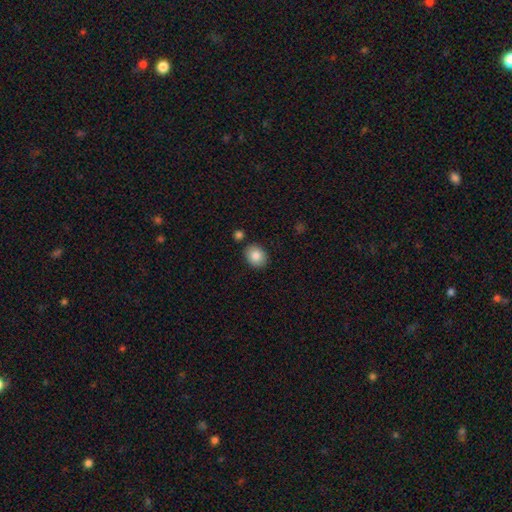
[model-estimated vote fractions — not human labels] A smooth galaxy with no disk features (85%) that is round (55%).

Vote fractions:
- Smooth or featured? smooth: 85% / star or artifact: 8% / featured or disk: 7%
- How rounded? round: 55% / in between: 44% / cigar-shaped: 1%
- Merging? none: 84% / minor disturbance: 9% / merger: 4% / major disturbance: 2%